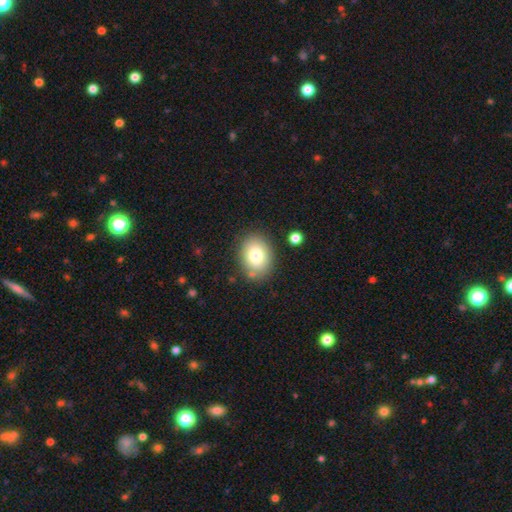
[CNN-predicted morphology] This appears to be a smooth galaxy with no disk features (79%) that is in between round and cigar-shaped (61%). Merging: none (82%).